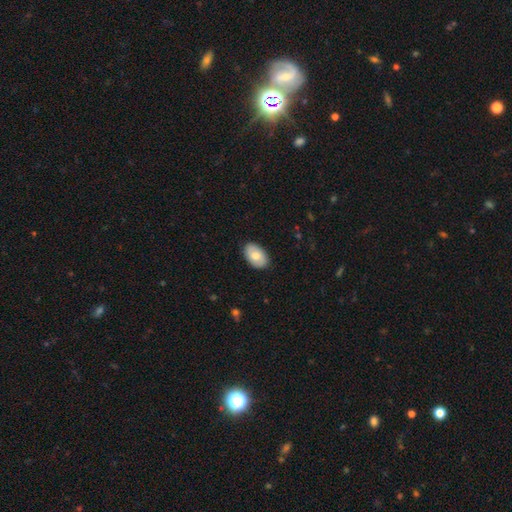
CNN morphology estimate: The model was most divided on "smooth or featured": smooth: 71%, featured or disk: 23%, star or artifact: 6%. More confident: how rounded — in between (92%); merging — none (87%).